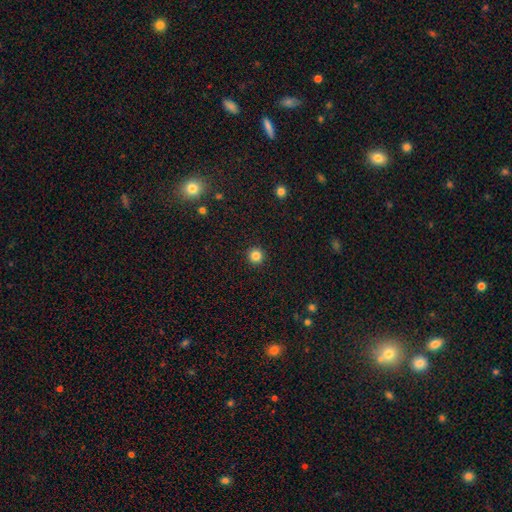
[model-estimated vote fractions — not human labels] A smooth galaxy with no disk features (84%) that is round (96%).

Vote fractions:
- Smooth or featured? smooth: 84% / star or artifact: 12% / featured or disk: 4%
- How rounded? round: 96% / in between: 3% / cigar-shaped: 1%
- Merging? none: 93% / minor disturbance: 4% / major disturbance: 2% / merger: 1%